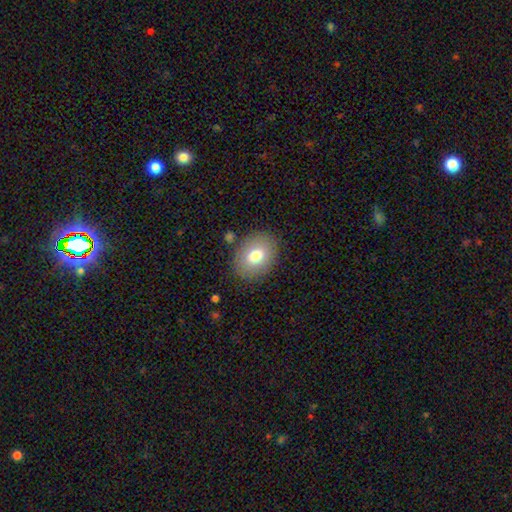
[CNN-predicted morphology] Q: Smooth or featured?
A: smooth (75%); runner-up: featured or disk (16%)
Q: How rounded?
A: in between (68%); runner-up: round (32%)
Q: Merging?
A: none (84%); runner-up: minor disturbance (11%)